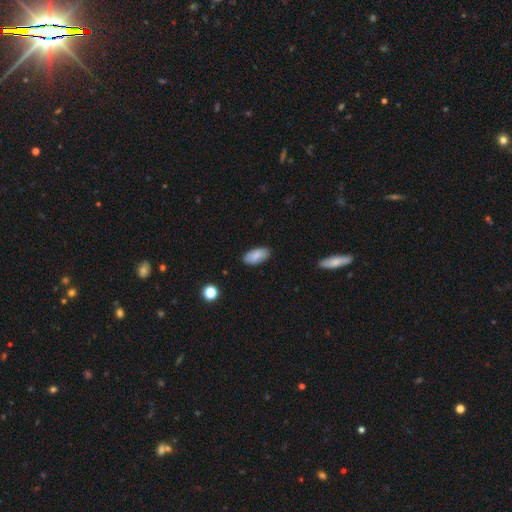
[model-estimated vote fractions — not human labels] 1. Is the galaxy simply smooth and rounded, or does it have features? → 86% smooth, 7% star or artifact, 7% featured or disk.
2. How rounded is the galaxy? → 92% in between, 5% cigar-shaped, 2% round.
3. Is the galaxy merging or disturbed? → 86% none, 11% minor disturbance, 2% major disturbance, 1% merger.